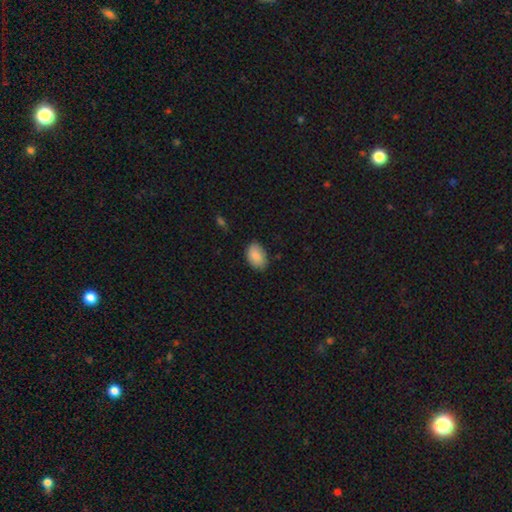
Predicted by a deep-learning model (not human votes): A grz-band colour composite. It shows a smooth galaxy with no disk features (88%) that is in between round and cigar-shaped (89%). Merging: none (79%).